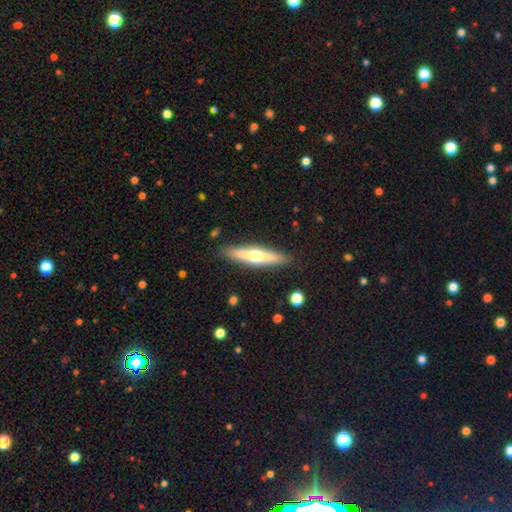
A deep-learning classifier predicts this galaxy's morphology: Q: Smooth or featured?
A: featured or disk (55%); runner-up: smooth (40%)
Q: Edge-on disk?
A: yes (92%); runner-up: no (8%)
Q: Edge-on bulge?
A: rounded (92%); runner-up: none (5%)
Q: Merging?
A: none (88%); runner-up: minor disturbance (8%)